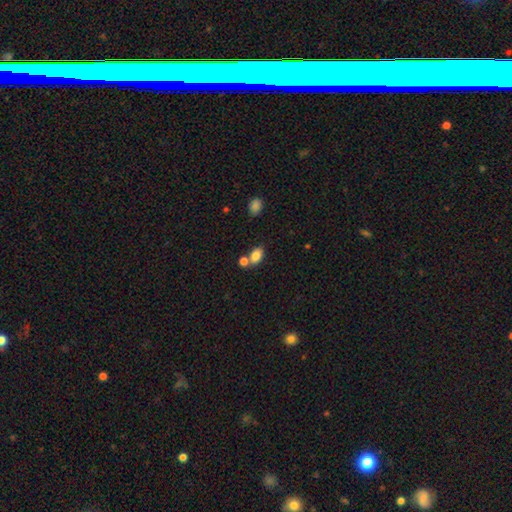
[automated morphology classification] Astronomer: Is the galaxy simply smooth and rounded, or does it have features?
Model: smooth — 83%.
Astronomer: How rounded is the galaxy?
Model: in between — 82%.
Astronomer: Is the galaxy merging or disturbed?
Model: none — 51% (runner-up: merger, 34%).